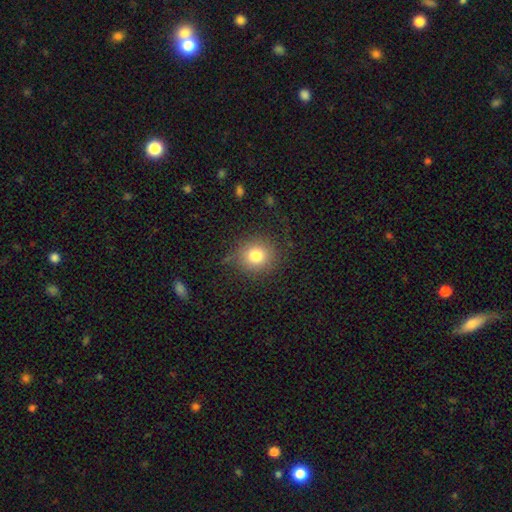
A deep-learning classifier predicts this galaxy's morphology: Smooth or featured? Predicted: smooth (p=0.80). How rounded? Predicted: round (p=0.88). Merging? Predicted: none (p=0.83).